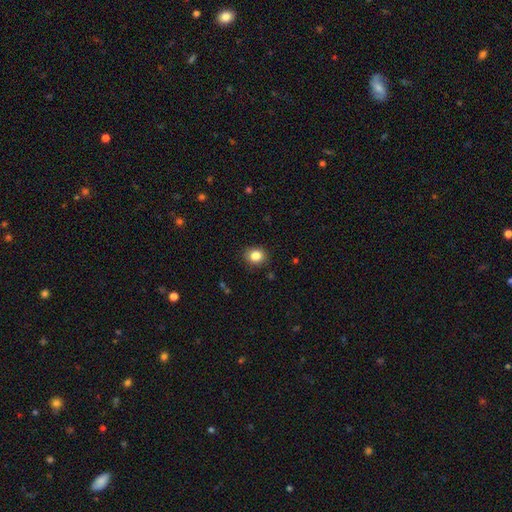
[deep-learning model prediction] Overall: smooth (85%). How rounded: round (67%; in between 32%). Merging: none (87%).